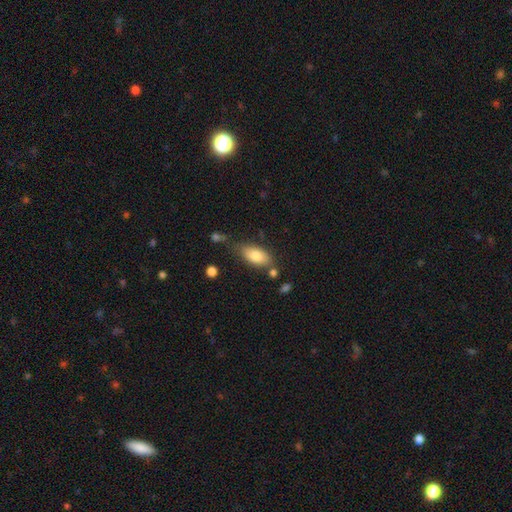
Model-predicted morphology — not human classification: A smooth galaxy with no disk features (81%) that is in between round and cigar-shaped (90%). Merging: none (65%).